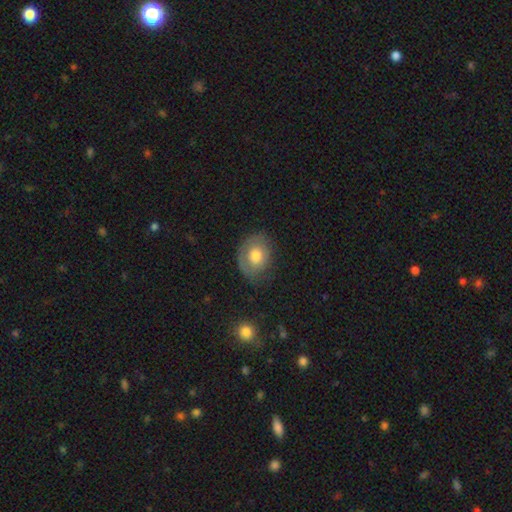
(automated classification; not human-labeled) This appears to be a smooth galaxy with no disk features (61%) that is in between round and cigar-shaped (52%). Merging: none (65%).